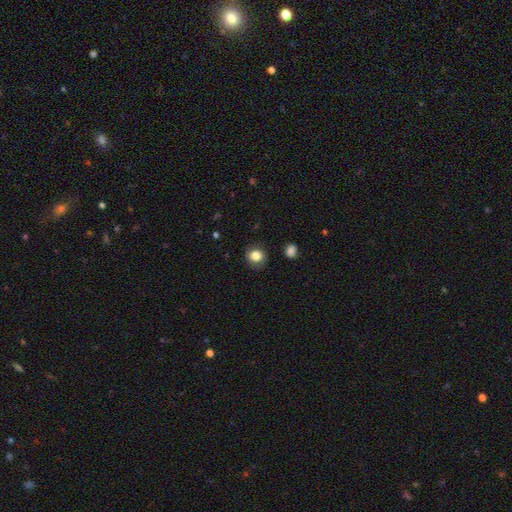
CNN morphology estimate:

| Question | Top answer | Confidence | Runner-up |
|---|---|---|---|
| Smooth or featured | smooth | 82% | star or artifact (10%) |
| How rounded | round | 79% | in between (20%) |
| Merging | none | 82% | minor disturbance (13%) |